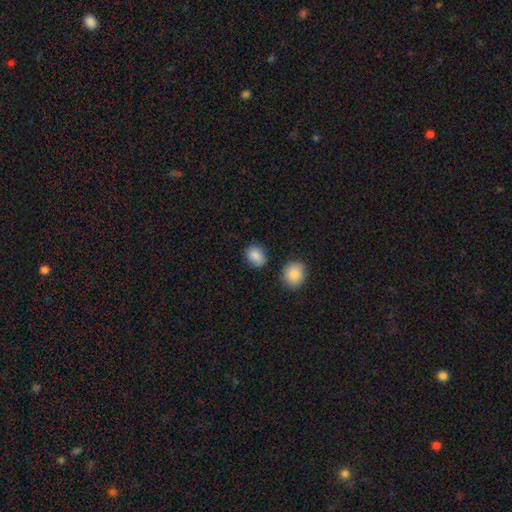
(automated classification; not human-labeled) Smooth or featured? smooth (87%)
How rounded? in between (52%)
Merging? none (76%)